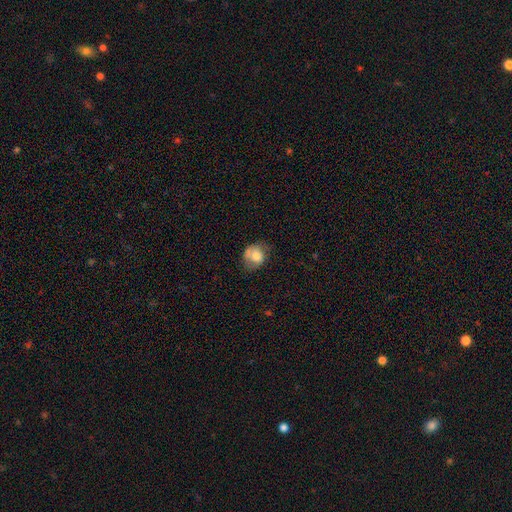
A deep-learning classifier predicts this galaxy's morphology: type=smooth (71%); roundness=round (64%); merging=none (48%).